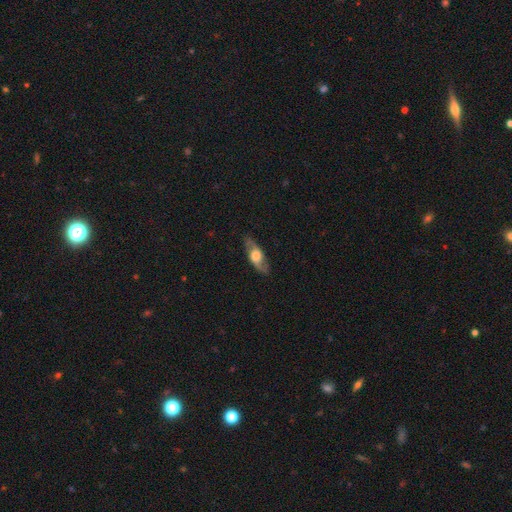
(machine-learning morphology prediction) Smooth or featured?
  - featured or disk: 60% *
  - smooth: 34%
  - star or artifact: 6%
Edge-on disk?
  - no: 56% *
  - yes: 44%
Merging?
  - none: 82% *
  - minor disturbance: 13%
  - major disturbance: 4%
  - merger: 1%